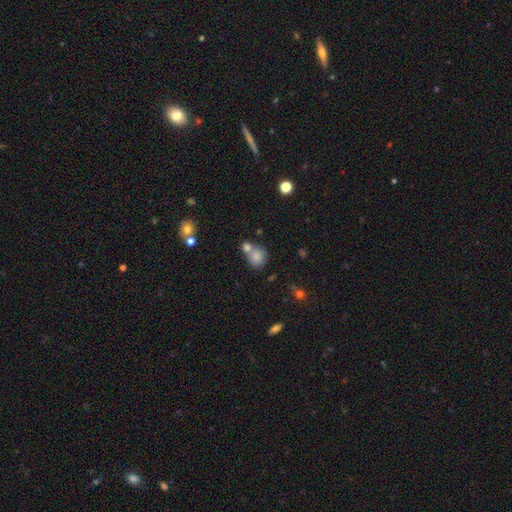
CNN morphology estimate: A smooth galaxy with no disk features (81%) that is round (76%). Merging: merger (45%).